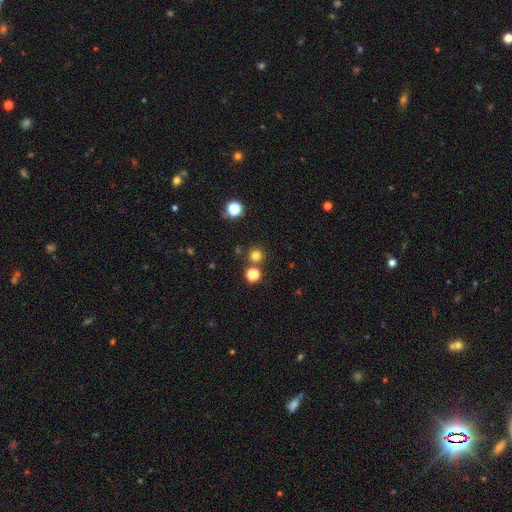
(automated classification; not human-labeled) Smooth or featured: smooth — 76% (star or artifact — 19%)
How rounded: round — 95% (in between — 4%)
Merging: none — 81% (merger — 10%)